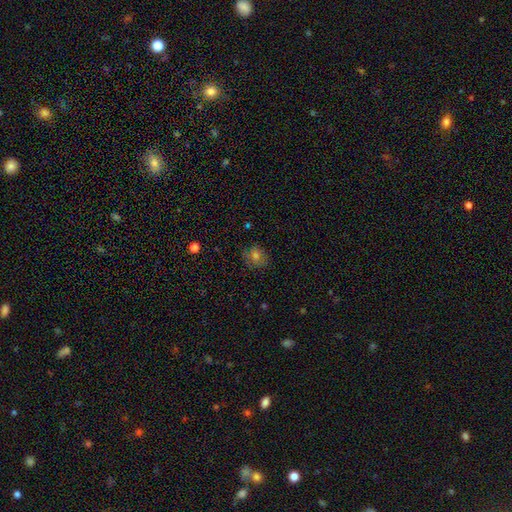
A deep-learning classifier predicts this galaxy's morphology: Q: Smooth or featured?
A: smooth (73%); runner-up: star or artifact (15%)
Q: How rounded?
A: round (71%); runner-up: in between (28%)
Q: Merging?
A: none (78%); runner-up: minor disturbance (16%)